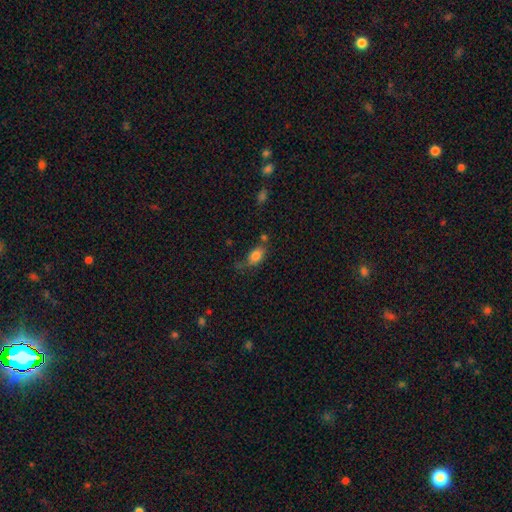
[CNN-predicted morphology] Overall: smooth (82%). How rounded: in between (85%). Merging: none (47%; minor disturbance 27%).